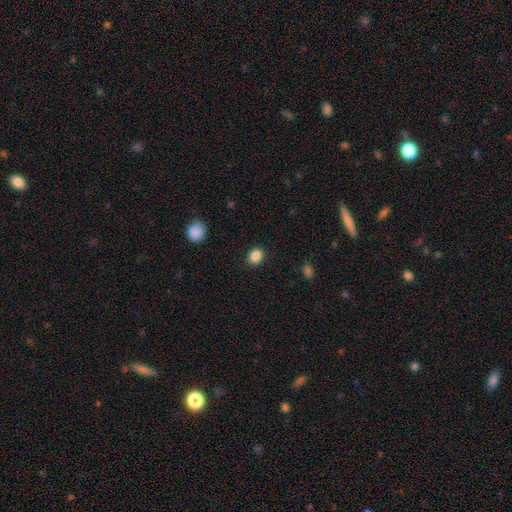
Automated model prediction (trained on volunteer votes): The model was most divided on "how rounded": round: 57%, in between: 43%, cigar-shaped: 1%. More confident: merging — none (89%); smooth or featured — smooth (87%).